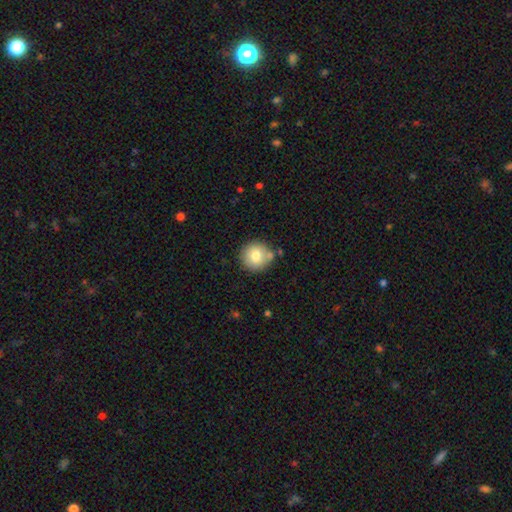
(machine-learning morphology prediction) Smooth or featured?
  - smooth: 78% *
  - featured or disk: 12%
  - star or artifact: 9%
How rounded?
  - round: 93% *
  - in between: 6%
  - cigar-shaped: 1%
Merging?
  - none: 75% *
  - minor disturbance: 12%
  - merger: 9%
  - major disturbance: 3%